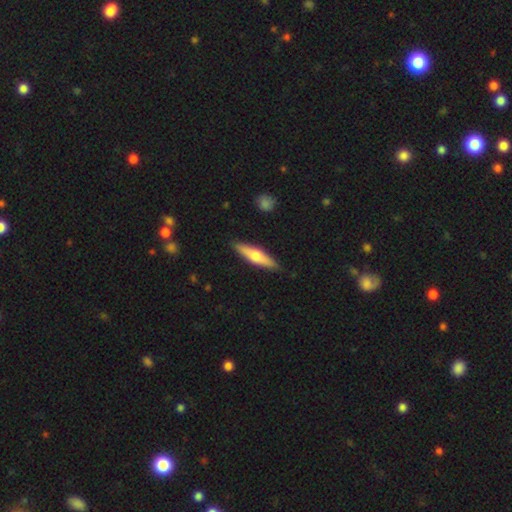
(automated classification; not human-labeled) Q: Smooth or featured?
A: smooth (51%); runner-up: featured or disk (44%)
Q: How rounded?
A: cigar-shaped (74%); runner-up: in between (24%)
Q: Merging?
A: none (88%); runner-up: minor disturbance (9%)